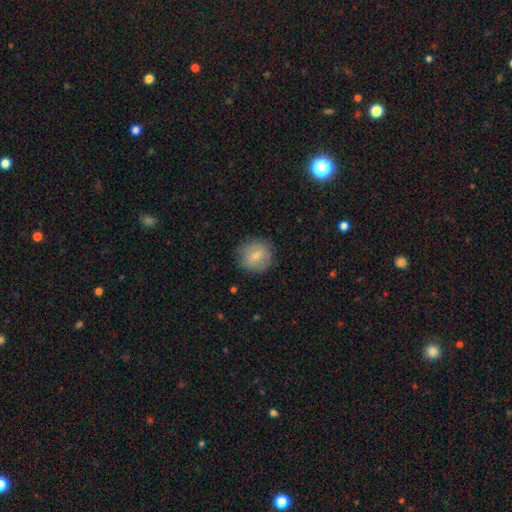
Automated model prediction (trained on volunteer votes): Smooth or featured?
  - smooth: 72% *
  - featured or disk: 19%
  - star or artifact: 9%
How rounded?
  - round: 92% *
  - in between: 7%
  - cigar-shaped: 1%
Merging?
  - none: 85% *
  - minor disturbance: 11%
  - major disturbance: 3%
  - merger: 1%